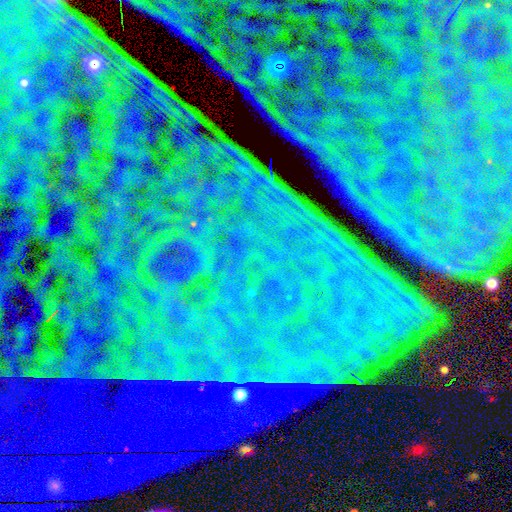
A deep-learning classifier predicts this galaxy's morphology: Overall: star or artifact (87%).